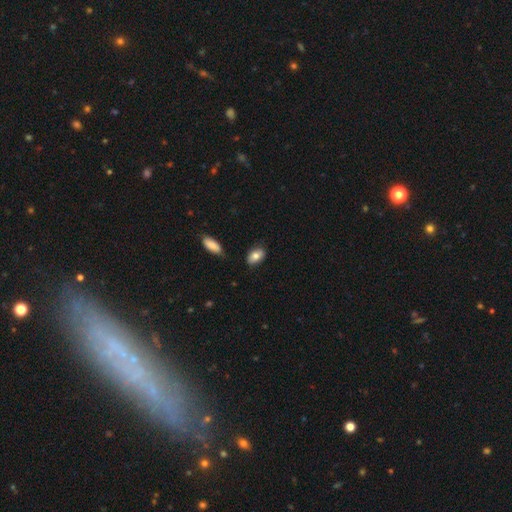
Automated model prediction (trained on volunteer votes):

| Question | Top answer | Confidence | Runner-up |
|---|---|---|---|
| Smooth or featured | smooth | 80% | featured or disk (13%) |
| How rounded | in between | 91% | round (6%) |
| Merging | none | 81% | minor disturbance (14%) |